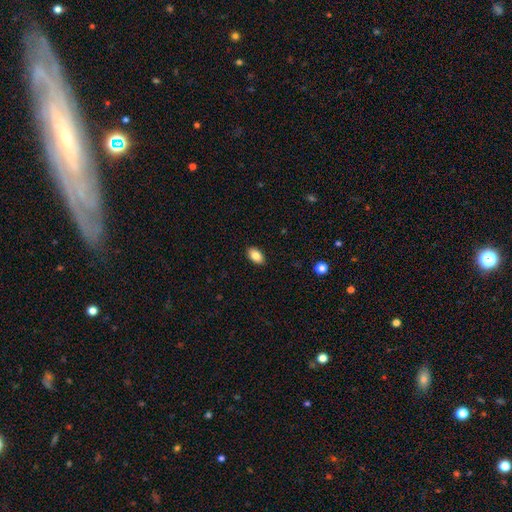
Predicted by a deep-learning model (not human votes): The model was most divided on "smooth or featured": smooth: 84%, featured or disk: 9%, star or artifact: 8%. More confident: how rounded — in between (93%); merging — none (90%).